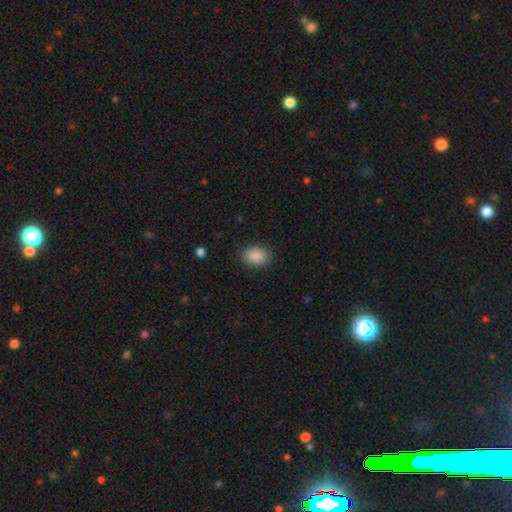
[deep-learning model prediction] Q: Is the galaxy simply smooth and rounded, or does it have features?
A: smooth — 89%.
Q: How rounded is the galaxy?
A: in between — 72%.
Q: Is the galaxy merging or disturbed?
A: none — 86%.